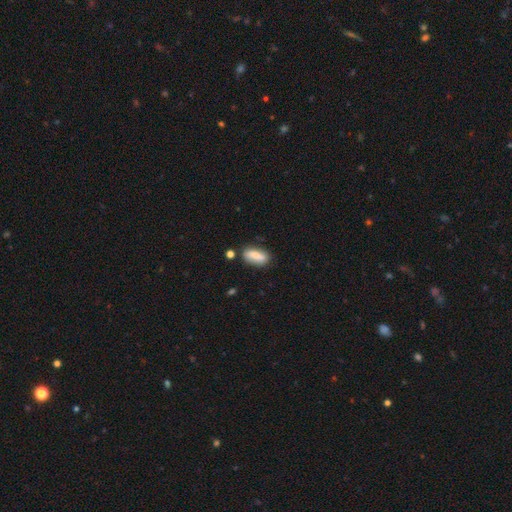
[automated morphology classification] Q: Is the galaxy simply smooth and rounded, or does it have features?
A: smooth — 77%.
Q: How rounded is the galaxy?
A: in between — 76%.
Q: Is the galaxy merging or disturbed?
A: none — 74%.